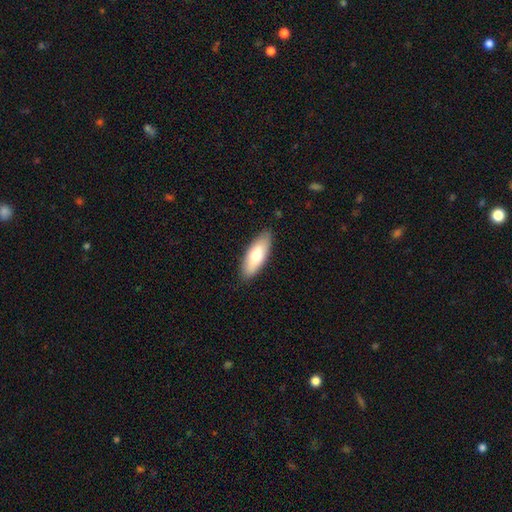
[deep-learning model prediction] smooth-or-featured: smooth: 71% | featured or disk: 23% | star or artifact: 6%
  how-rounded: in between: 74% | cigar-shaped: 24% | round: 2%
  merging: none: 87% | minor disturbance: 10% | major disturbance: 2% | merger: 1%